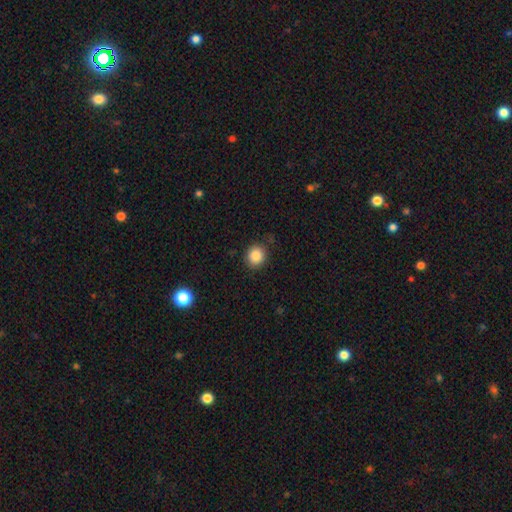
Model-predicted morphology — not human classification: Smooth or featured? smooth (86%)
How rounded? round (85%)
Merging? none (87%)